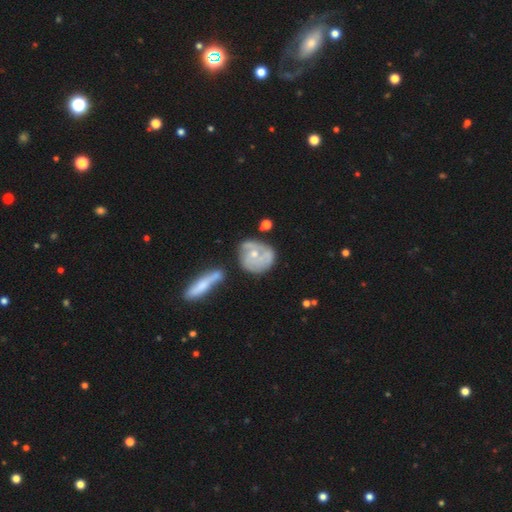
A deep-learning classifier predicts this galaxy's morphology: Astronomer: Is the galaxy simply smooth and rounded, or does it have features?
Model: featured or disk — 68%.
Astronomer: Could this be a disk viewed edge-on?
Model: no — 96%.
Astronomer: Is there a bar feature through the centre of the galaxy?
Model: no — 77%.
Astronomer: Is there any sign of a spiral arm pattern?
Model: yes — 74%.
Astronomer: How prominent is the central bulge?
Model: small — 54% (runner-up: moderate, 41%).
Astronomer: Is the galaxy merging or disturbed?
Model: none — 49% (runner-up: minor disturbance, 24%).